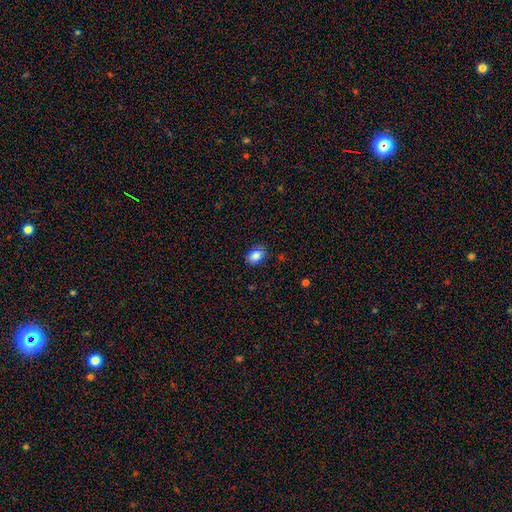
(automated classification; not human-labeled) This is clearly a smooth galaxy (86%). How rounded: clearly in between (80%). Merging: clearly none (82%).